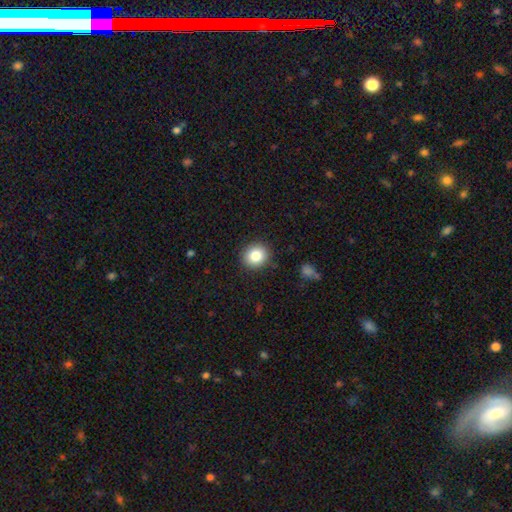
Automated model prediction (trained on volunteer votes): Smooth or featured? Predicted: smooth (p=0.83). How rounded? Predicted: round (p=0.83). Merging? Predicted: none (p=0.89).